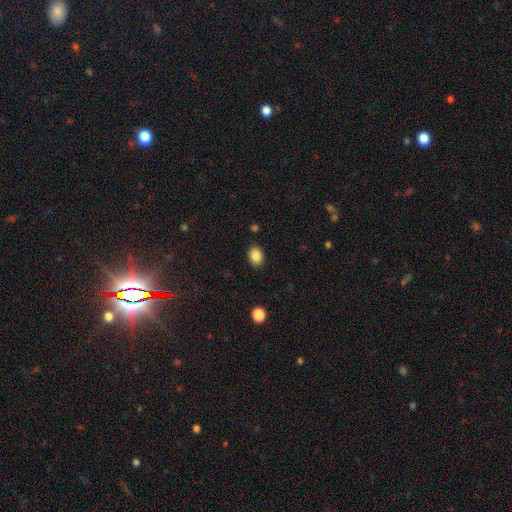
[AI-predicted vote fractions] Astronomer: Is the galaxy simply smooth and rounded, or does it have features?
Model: smooth — 87%.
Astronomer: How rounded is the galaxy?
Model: in between — 69%.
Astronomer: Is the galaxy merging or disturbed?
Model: none — 87%.